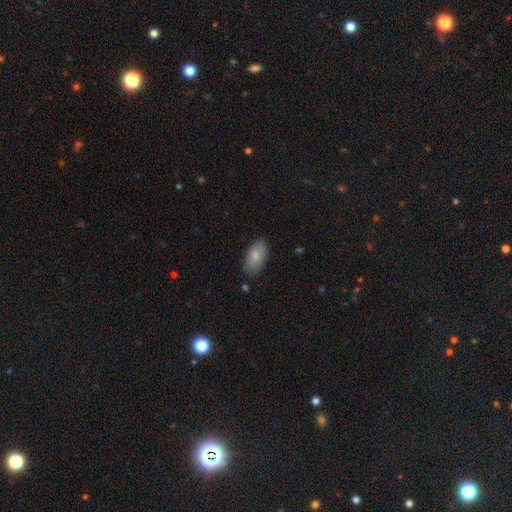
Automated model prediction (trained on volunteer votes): This appears to be a smooth galaxy with no disk features (83%) that is in between round and cigar-shaped (94%). Merging: none (79%).